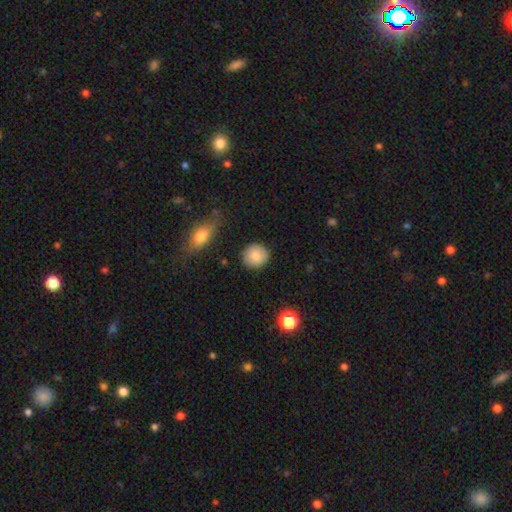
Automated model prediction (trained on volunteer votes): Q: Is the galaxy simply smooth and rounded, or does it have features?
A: smooth — 86%.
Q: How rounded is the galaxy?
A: round — 89%.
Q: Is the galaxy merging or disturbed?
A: none — 87%.